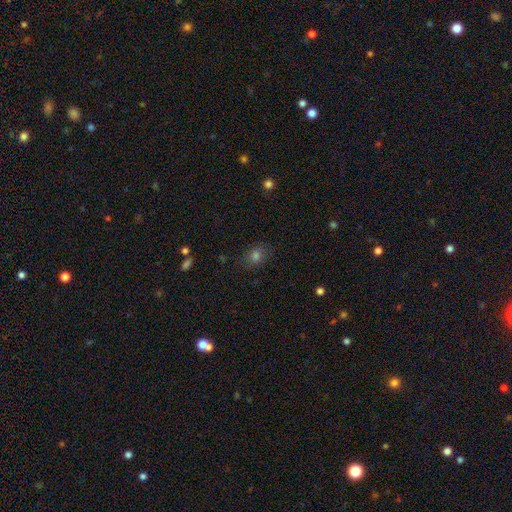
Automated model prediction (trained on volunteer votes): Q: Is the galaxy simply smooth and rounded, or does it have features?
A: smooth — 75%.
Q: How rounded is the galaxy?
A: in between — 53%.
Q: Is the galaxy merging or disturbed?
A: none — 80%.